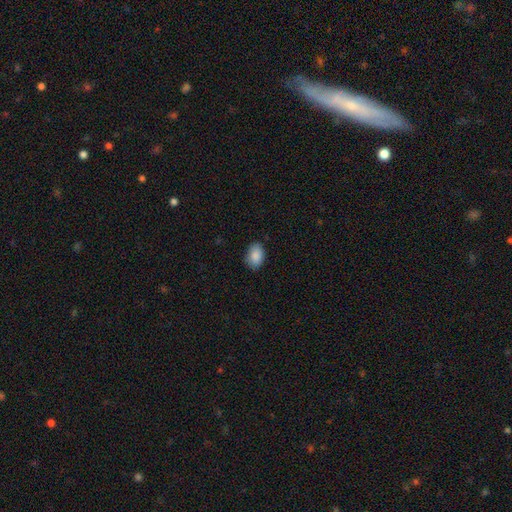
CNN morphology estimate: Smooth or featured: smooth — 88% (star or artifact — 7%)
How rounded: in between — 86% (round — 13%)
Merging: none — 84% (minor disturbance — 13%)